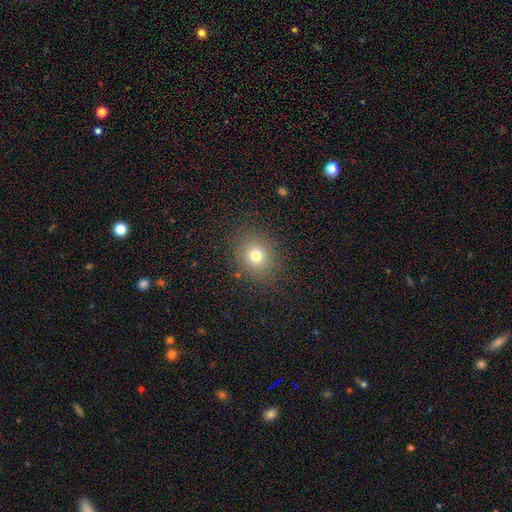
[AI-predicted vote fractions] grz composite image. It shows a smooth galaxy with no disk features (74%) that is round (73%). Merging: none (86%).